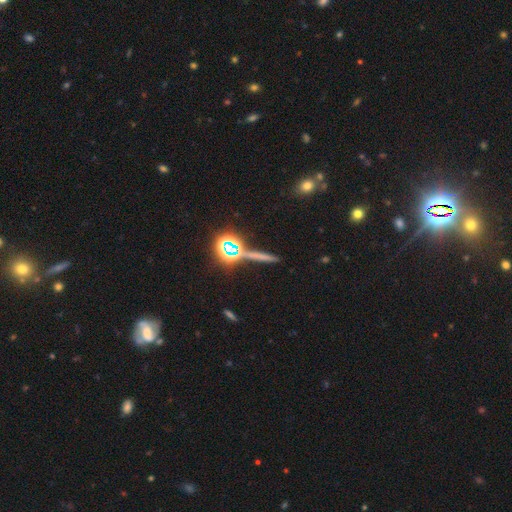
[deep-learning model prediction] The model was most divided on "smooth or featured": star or artifact: 48%, smooth: 31%, featured or disk: 21%.